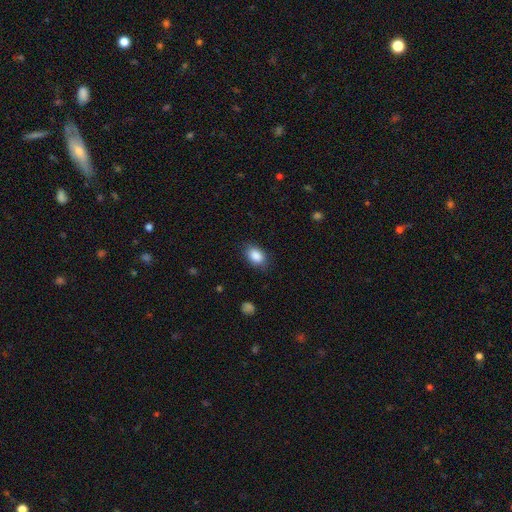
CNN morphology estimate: This is clearly a smooth galaxy (88%). How rounded: clearly in between (84%). Merging: clearly none (82%).